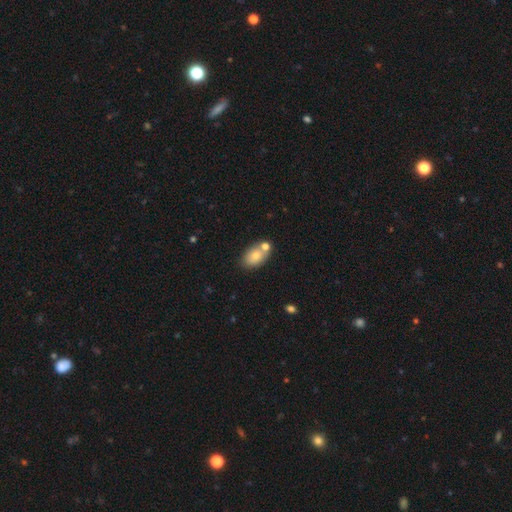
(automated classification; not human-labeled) Overall: smooth (76%). How rounded: in between (88%). Merging: none (58%; merger 25%).